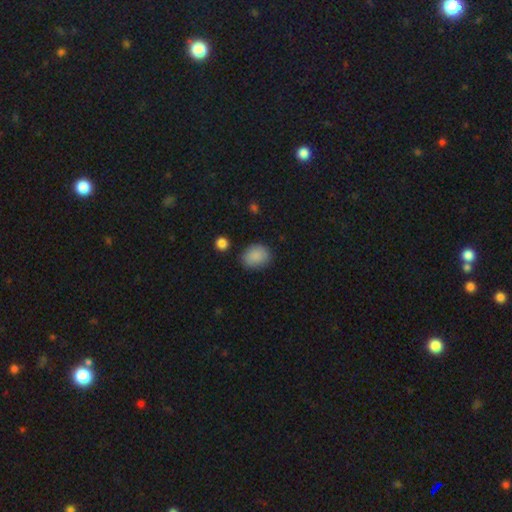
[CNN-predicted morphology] smooth_or_featured: smooth (p=0.88) [alt: star or artifact p=0.08]
how_rounded: in between (p=0.56) [alt: round p=0.43]
merging: none (p=0.80) [alt: minor disturbance p=0.14]